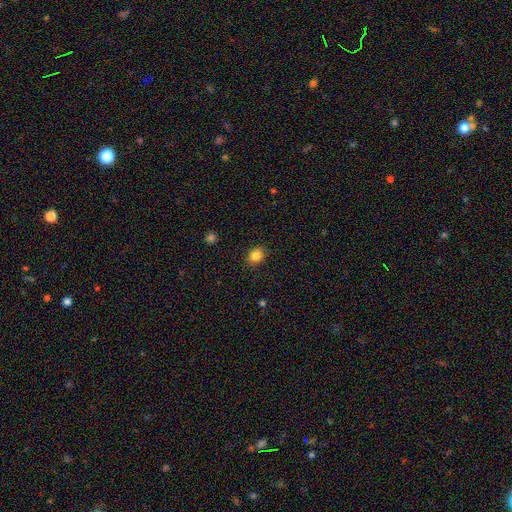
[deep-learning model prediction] Smooth or featured? smooth (85%)
How rounded? round (54%)
Merging? none (88%)